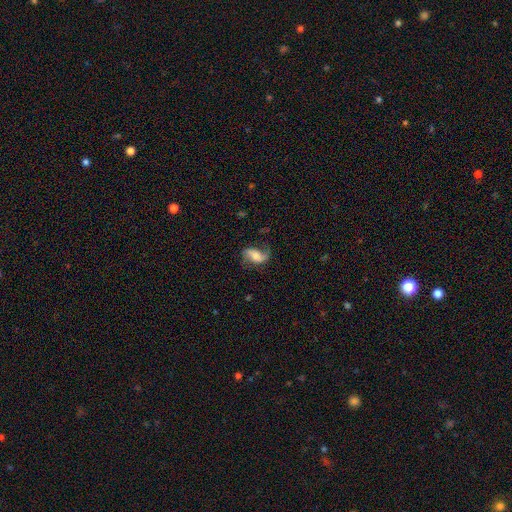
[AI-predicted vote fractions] Smooth or featured: featured or disk — 70% (smooth — 22%)
Edge-on disk: no — 96% (yes — 4%)
Bar: no — 46% (weak — 36%)
Spiral arms: yes — 92% (no — 8%)
Spiral winding: loose — 63% (medium — 28%)
Spiral arm count: 2 — 77% (1 — 17%)
Bulge size: moderate — 51% (small — 27%)
Merging: none — 62% (minor disturbance — 21%)